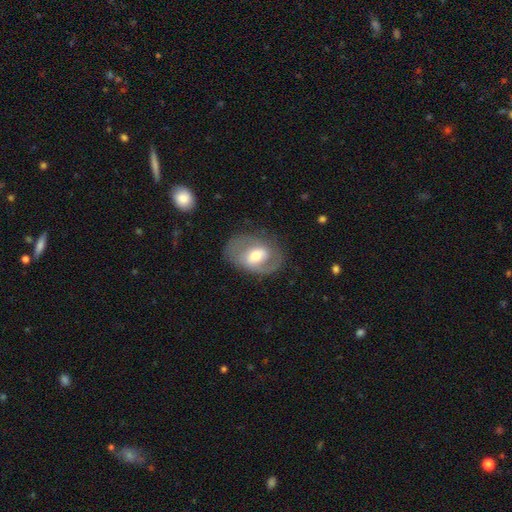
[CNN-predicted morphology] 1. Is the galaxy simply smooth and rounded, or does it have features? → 63% featured or disk, 30% smooth, 6% star or artifact.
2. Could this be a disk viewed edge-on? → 95% no, 5% yes.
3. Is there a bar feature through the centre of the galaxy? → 45% weak, 29% no, 27% strong.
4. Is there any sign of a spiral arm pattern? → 69% yes, 31% no.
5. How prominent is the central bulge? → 65% moderate, 19% small, 14% large, 1% dominant, 1% none.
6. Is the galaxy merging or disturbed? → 70% none, 18% minor disturbance, 11% major disturbance, 1% merger.